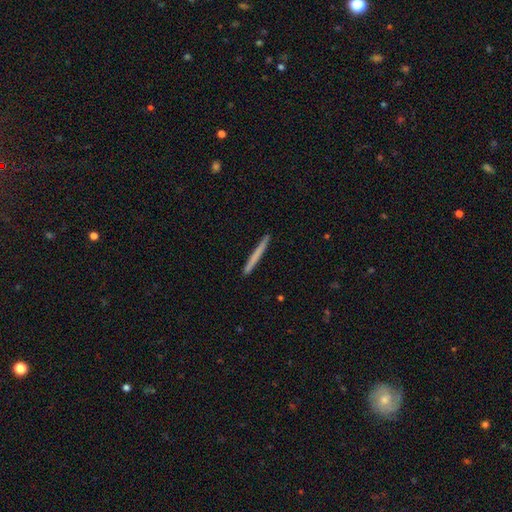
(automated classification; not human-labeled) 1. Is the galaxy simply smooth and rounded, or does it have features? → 67% smooth, 28% featured or disk, 5% star or artifact.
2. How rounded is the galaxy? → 97% cigar-shaped, 2% in between, 1% round.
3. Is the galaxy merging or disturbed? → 93% none, 5% minor disturbance, 1% major disturbance, 1% merger.